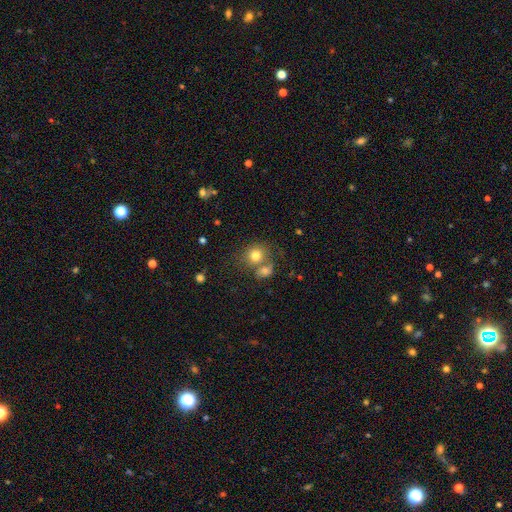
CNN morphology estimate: This is likely a smooth galaxy (76%). How rounded: likely round (79%). Merging: marginally none (45%).